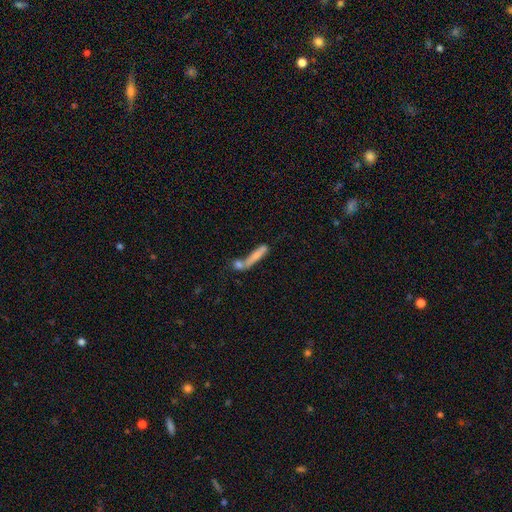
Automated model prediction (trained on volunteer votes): This is likely a smooth galaxy (68%). How rounded: clearly cigar-shaped (84%). Merging: possibly merger (47%).